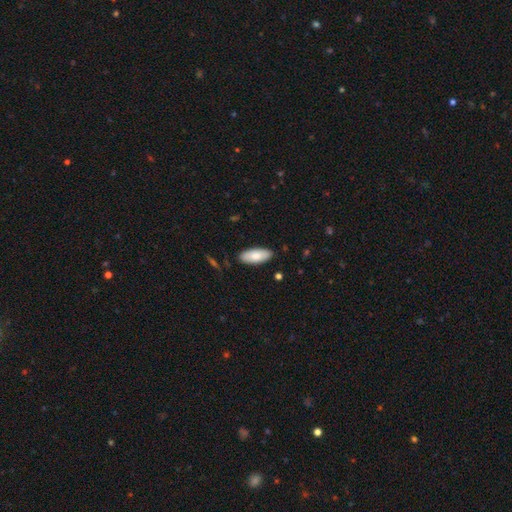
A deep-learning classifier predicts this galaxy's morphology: Smooth or featured: smooth — 81% (featured or disk — 13%)
How rounded: in between — 85% (cigar-shaped — 14%)
Merging: none — 87% (minor disturbance — 10%)